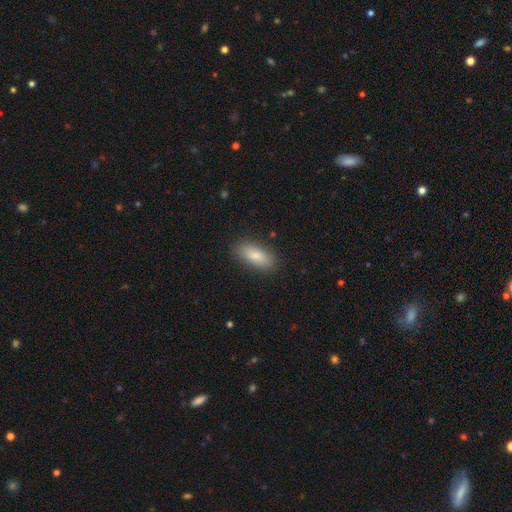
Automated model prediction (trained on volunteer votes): Morphology: type=smooth (83%); roundness=in between (79%); merging=none (86%).